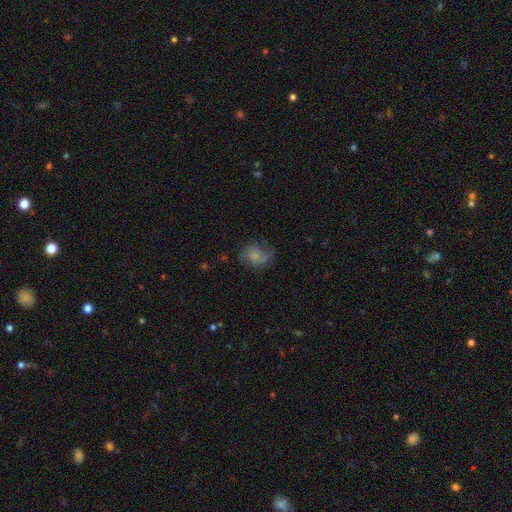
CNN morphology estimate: The model was most divided on "smooth or featured": smooth: 49%, featured or disk: 40%, star or artifact: 11%. More confident: merging — none (58%).